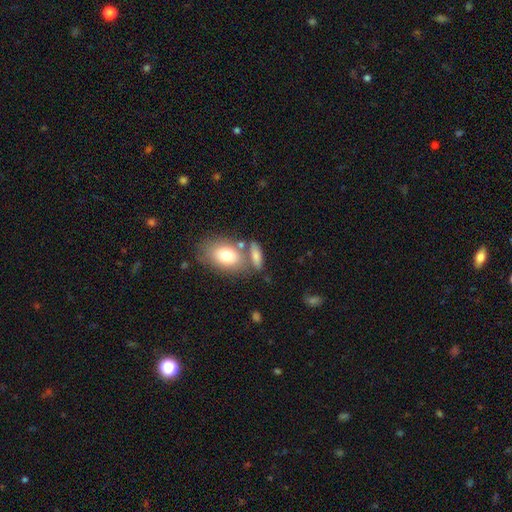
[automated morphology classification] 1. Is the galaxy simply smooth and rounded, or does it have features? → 73% smooth, 19% featured or disk, 8% star or artifact.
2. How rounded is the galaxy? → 69% in between, 21% cigar-shaped, 10% round.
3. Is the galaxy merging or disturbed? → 53% none, 28% merger, 13% minor disturbance, 5% major disturbance.